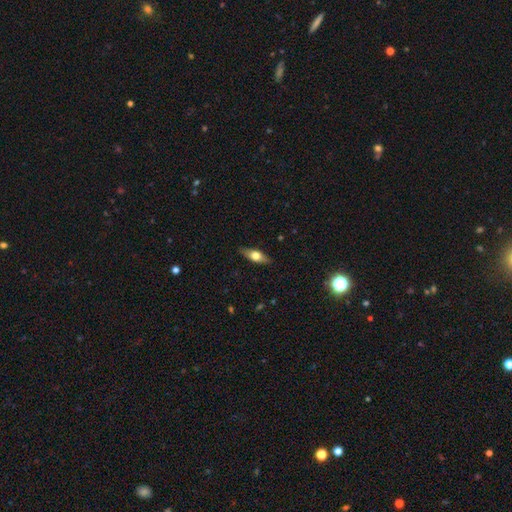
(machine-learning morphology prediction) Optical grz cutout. It shows a smooth galaxy with no disk features (54%) that is in between round and cigar-shaped (63%). Merging: none (87%).